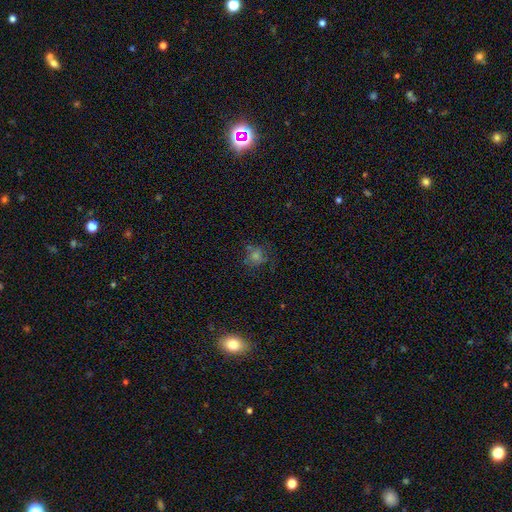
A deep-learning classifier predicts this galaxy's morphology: This appears to be a smooth galaxy with no disk features (51%) that is round (79%). Merging: none (70%).